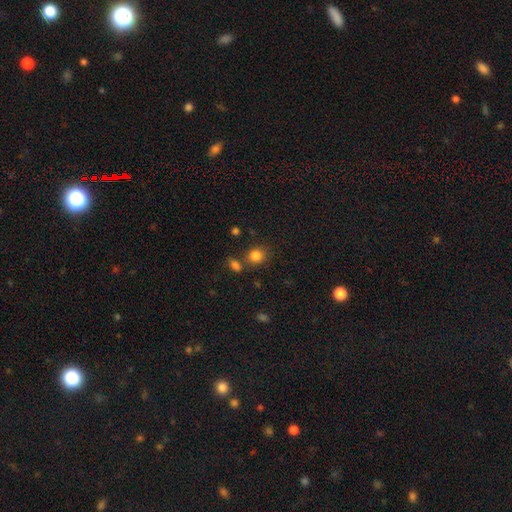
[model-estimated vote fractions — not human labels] A smooth galaxy with no disk features (83%) that is round (72%). Merging: none (70%).